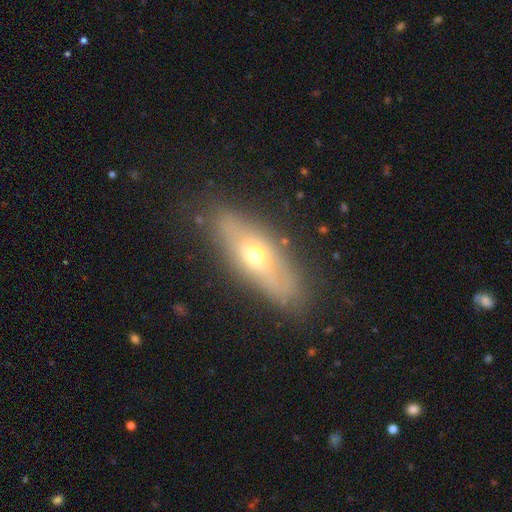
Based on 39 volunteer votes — This is possibly a smooth galaxy (49%). How rounded: possibly cigar-shaped (53%). Merging: clearly none (83%).